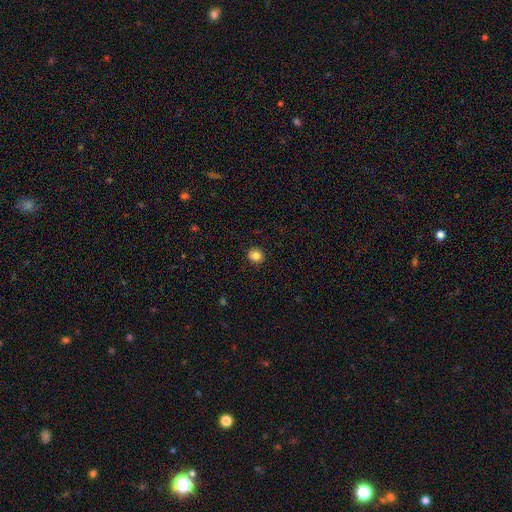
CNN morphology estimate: smooth_or_featured: smooth (p=0.84) [alt: star or artifact p=0.11]
how_rounded: round (p=0.86) [alt: in between p=0.13]
merging: none (p=0.91) [alt: minor disturbance p=0.06]